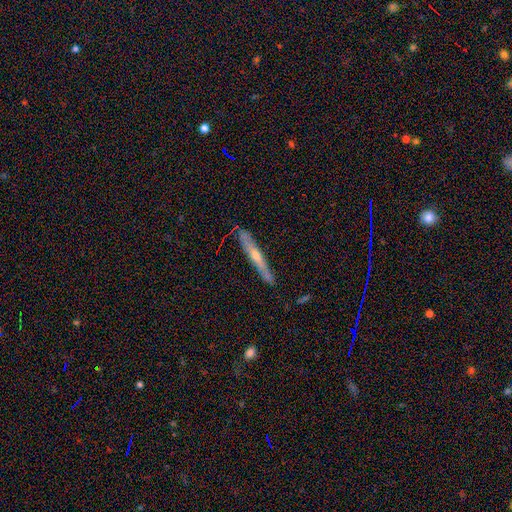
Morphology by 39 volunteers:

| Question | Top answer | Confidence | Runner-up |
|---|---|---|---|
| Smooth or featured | featured or disk | 72% | smooth (23%) |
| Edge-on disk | yes | 96% | no (4%) |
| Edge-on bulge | rounded | 81% | none (19%) |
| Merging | none | 89% | minor disturbance (8%) |